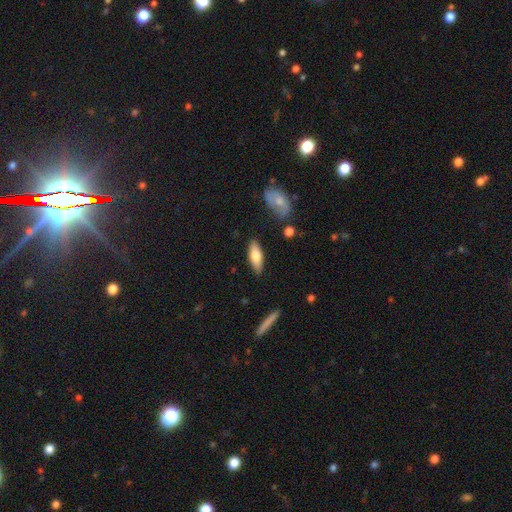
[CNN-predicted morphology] Smooth or featured: smooth — 70% (featured or disk — 24%)
How rounded: in between — 64% (cigar-shaped — 34%)
Merging: none — 84% (minor disturbance — 11%)